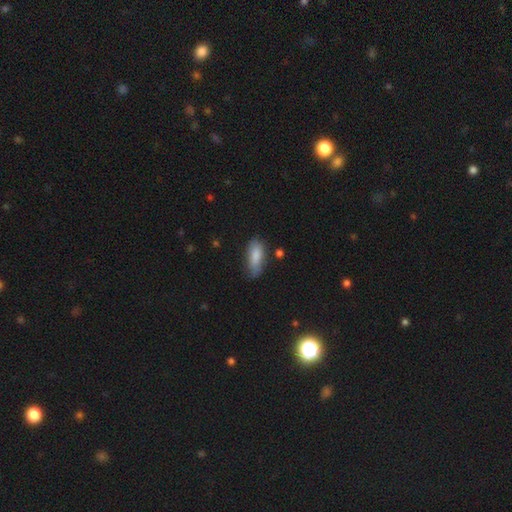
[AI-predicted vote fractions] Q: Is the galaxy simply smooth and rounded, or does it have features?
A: smooth — 83%.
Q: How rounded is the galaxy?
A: in between — 75%.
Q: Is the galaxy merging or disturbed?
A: none — 63%.